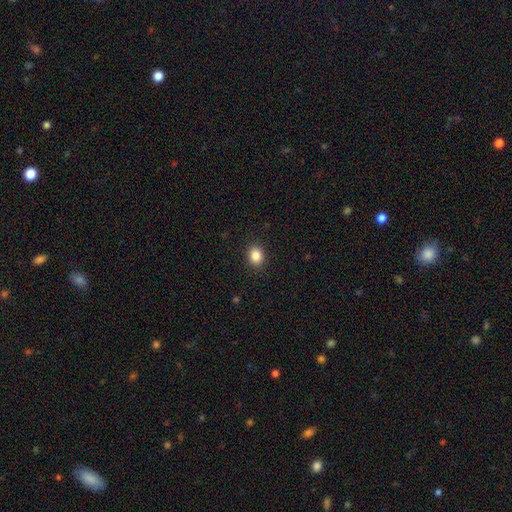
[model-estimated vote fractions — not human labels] Smooth or featured? smooth (86%)
How rounded? round (51%)
Merging? none (90%)